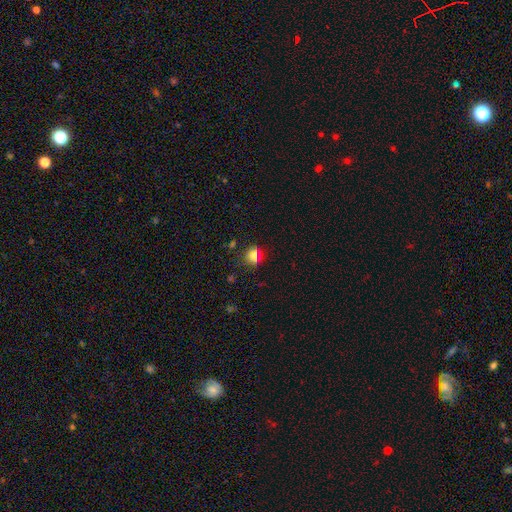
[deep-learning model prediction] This is likely a smooth galaxy (70%). How rounded: likely round (75%). Merging: clearly none (83%).